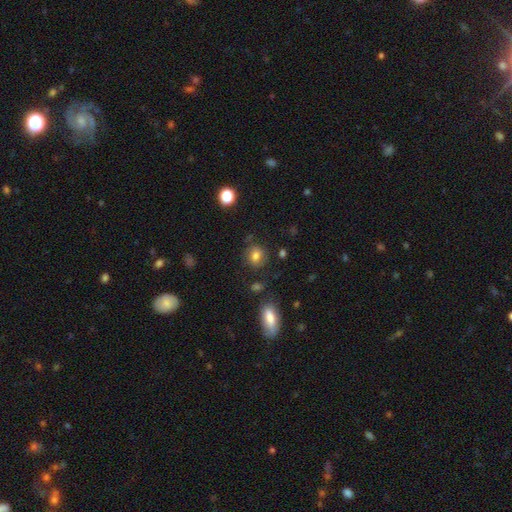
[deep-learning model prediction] A smooth galaxy with no disk features (76%) that is round (70%). Merging: none (77%).